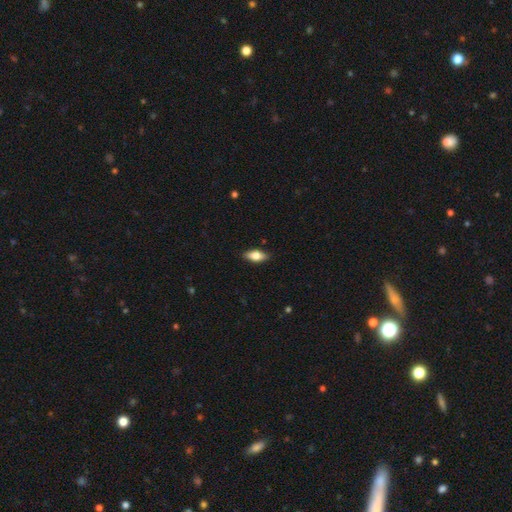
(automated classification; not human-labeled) smooth 71%, featured or disk 22%, star or artifact 7%. Down the decision tree: how rounded — in between (83%); merging — none (87%).